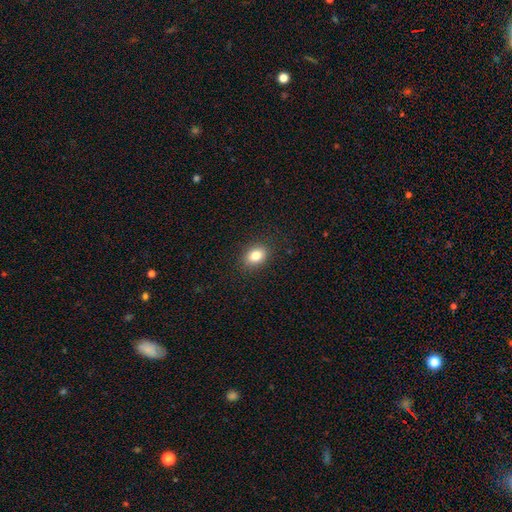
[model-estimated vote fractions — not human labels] Smooth or featured: smooth — 82% (star or artifact — 10%)
How rounded: in between — 70% (round — 28%)
Merging: none — 88% (minor disturbance — 9%)